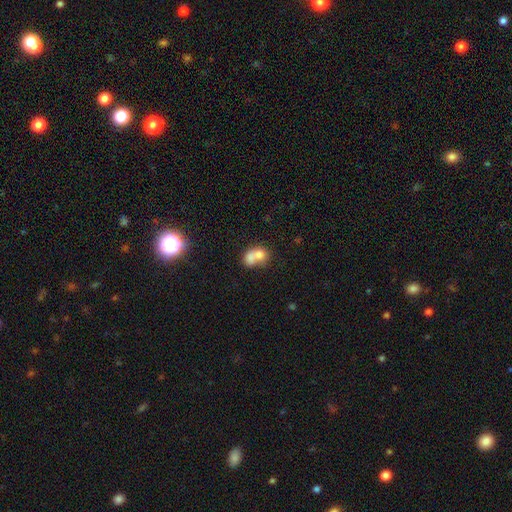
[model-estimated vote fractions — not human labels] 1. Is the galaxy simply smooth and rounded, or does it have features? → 70% smooth, 20% featured or disk, 10% star or artifact.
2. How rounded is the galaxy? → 50% in between, 49% round, 1% cigar-shaped.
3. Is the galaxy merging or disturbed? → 69% merger, 19% none, 7% minor disturbance, 5% major disturbance.